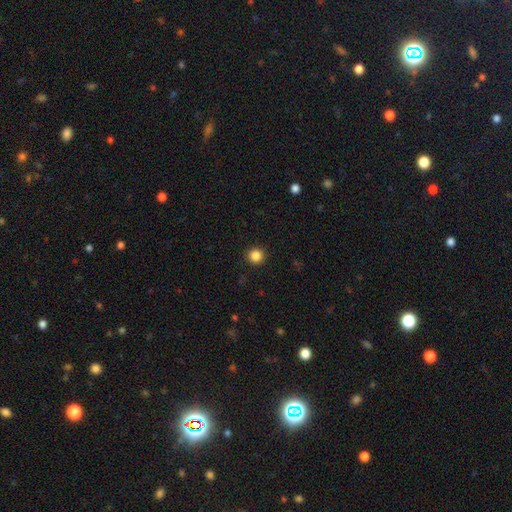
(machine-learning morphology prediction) A smooth galaxy with no disk features (85%) that is round (93%). Merging: none (92%).